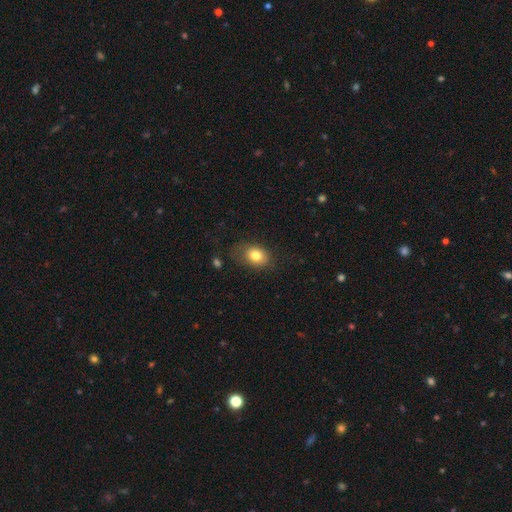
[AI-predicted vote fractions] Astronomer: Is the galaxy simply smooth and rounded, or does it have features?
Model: smooth — 79%.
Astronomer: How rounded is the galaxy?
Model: in between — 65%.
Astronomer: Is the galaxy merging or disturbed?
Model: none — 68%.